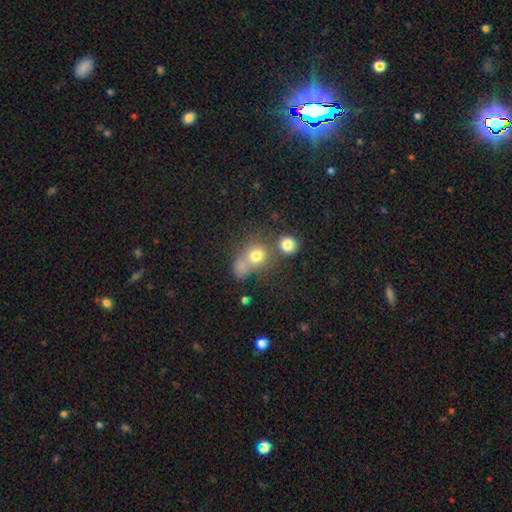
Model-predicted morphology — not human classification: Smooth or featured?
  - smooth: 74% *
  - star or artifact: 14%
  - featured or disk: 12%
How rounded?
  - round: 76% *
  - in between: 23%
  - cigar-shaped: 1%
Merging?
  - none: 43% *
  - merger: 40%
  - minor disturbance: 11%
  - major disturbance: 7%